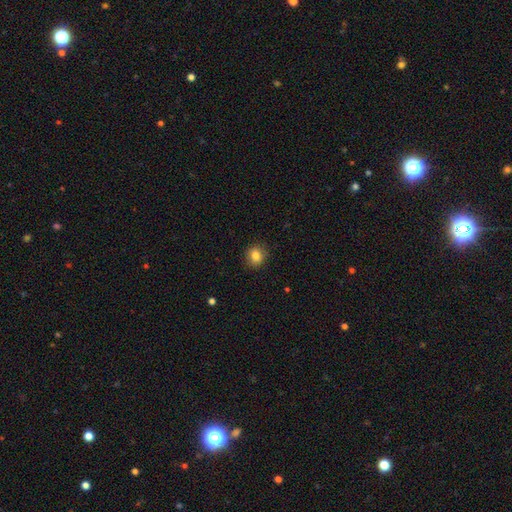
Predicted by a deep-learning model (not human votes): A smooth galaxy with no disk features (83%) that is round (76%). Merging: none (88%).